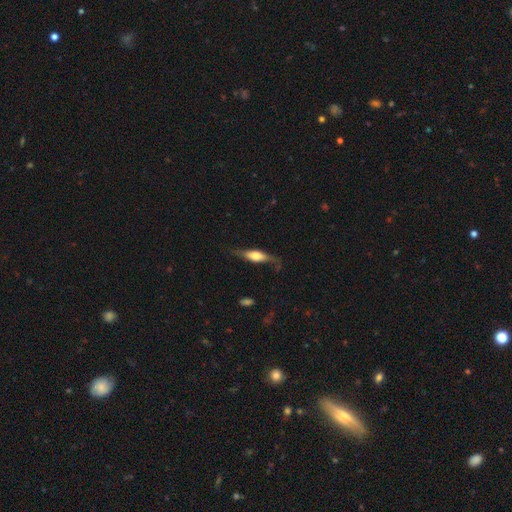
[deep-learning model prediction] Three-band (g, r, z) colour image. It shows a featured or disk galaxy (55%) viewed edge-on (79%). Merging: none (62%).